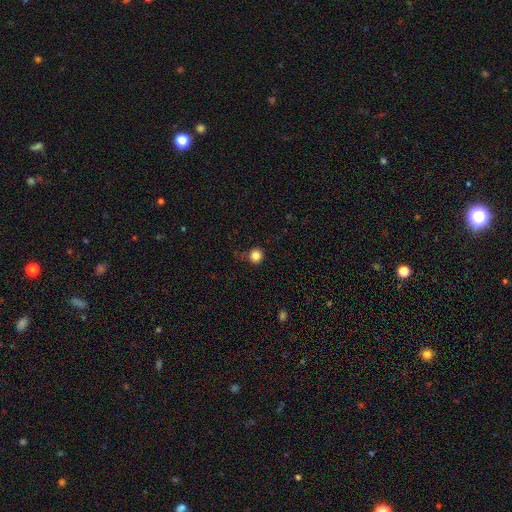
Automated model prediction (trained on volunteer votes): Q: Smooth or featured?
A: smooth (84%); runner-up: star or artifact (12%)
Q: How rounded?
A: round (93%); runner-up: in between (6%)
Q: Merging?
A: none (82%); runner-up: minor disturbance (13%)